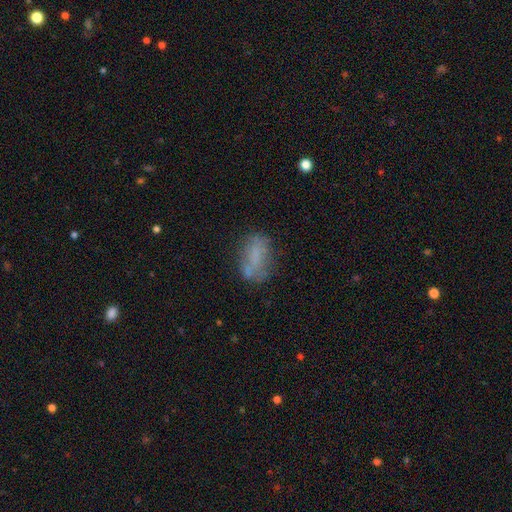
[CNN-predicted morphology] This appears to be a smooth galaxy with no disk features (60%) that is in between round and cigar-shaped (82%). Merging: none (53%).